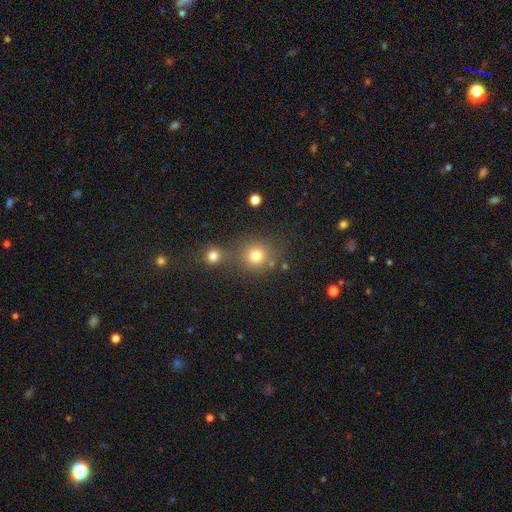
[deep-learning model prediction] Smooth or featured: smooth — 77% (star or artifact — 16%)
How rounded: round — 88% (in between — 11%)
Merging: none — 62% (merger — 26%)